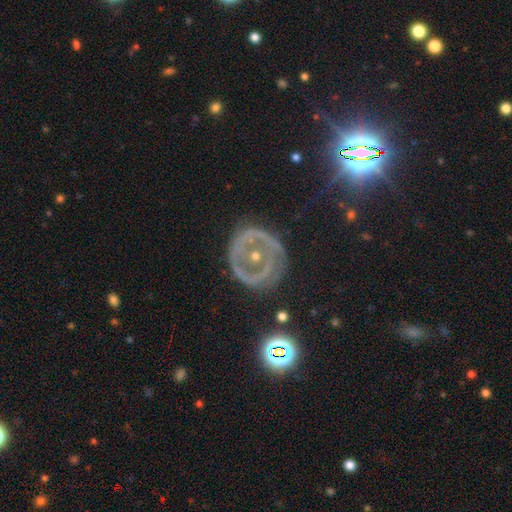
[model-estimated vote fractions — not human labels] Morphology: type=featured or disk (68%); edge-on=no (93%); bar=no (53%); spiral arms=no (74%); bulge=small (64%); merging=none (75%).